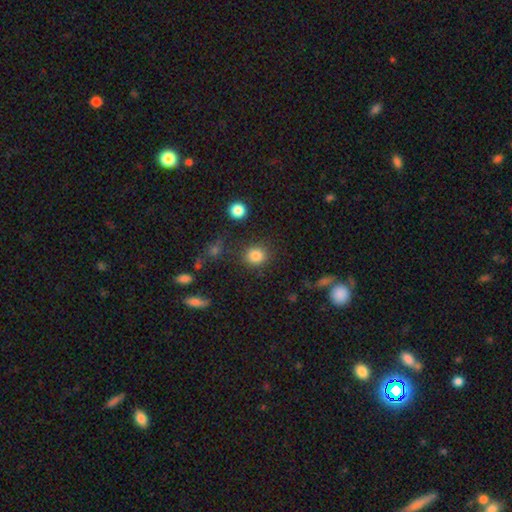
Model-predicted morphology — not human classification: smooth 84%, star or artifact 11%, featured or disk 5%. Down the decision tree: how rounded — round (79%); merging — none (83%).